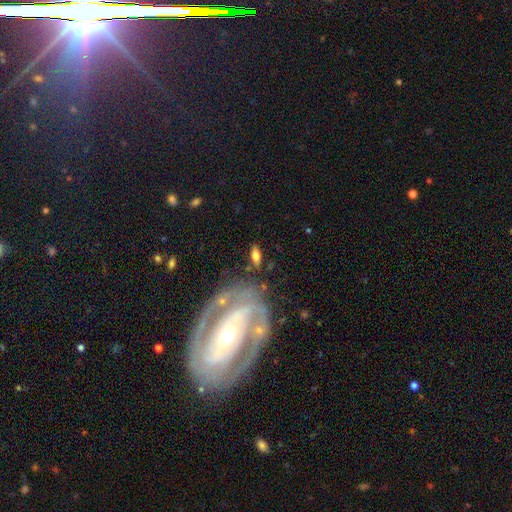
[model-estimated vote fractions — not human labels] Smooth or featured: smooth — 64% (featured or disk — 28%)
How rounded: in between — 81% (cigar-shaped — 15%)
Merging: none — 76% (minor disturbance — 13%)